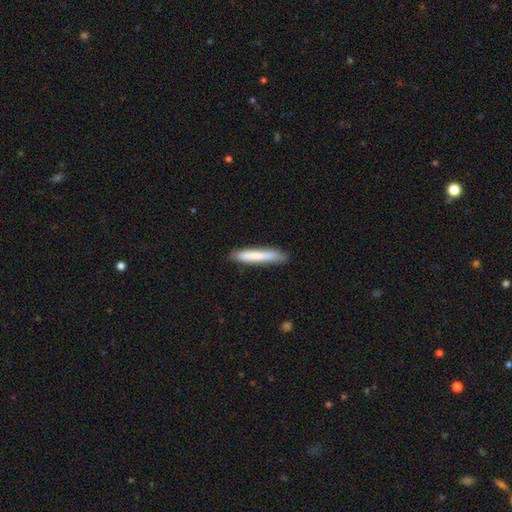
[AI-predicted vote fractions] Overall: smooth (79%). How rounded: cigar-shaped (93%). Merging: none (83%).